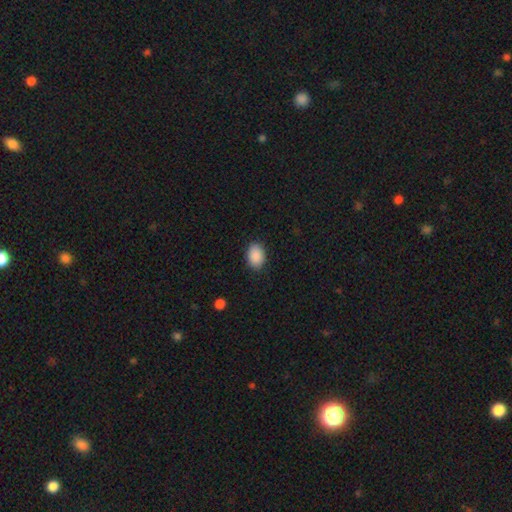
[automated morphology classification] Smooth or featured?
  - smooth: 90% *
  - star or artifact: 7%
  - featured or disk: 3%
How rounded?
  - in between: 81% *
  - round: 18%
  - cigar-shaped: 1%
Merging?
  - none: 88% *
  - minor disturbance: 9%
  - major disturbance: 2%
  - merger: 1%